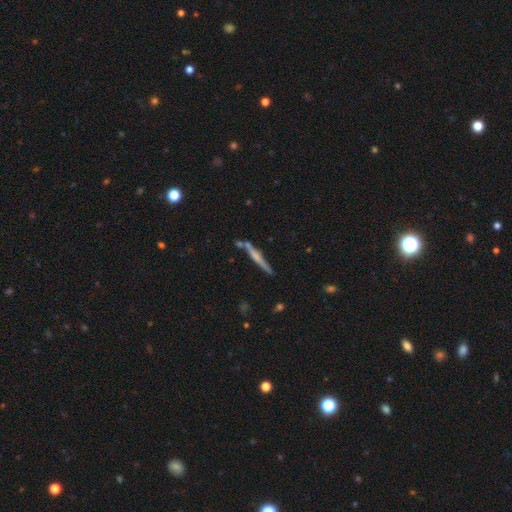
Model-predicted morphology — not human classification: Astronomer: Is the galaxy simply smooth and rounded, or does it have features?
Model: featured or disk — 54% (runner-up: smooth, 39%).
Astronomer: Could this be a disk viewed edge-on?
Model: yes — 97%.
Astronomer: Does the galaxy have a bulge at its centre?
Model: none — 45% (runner-up: rounded, 41%).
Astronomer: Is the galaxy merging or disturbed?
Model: none — 78%.